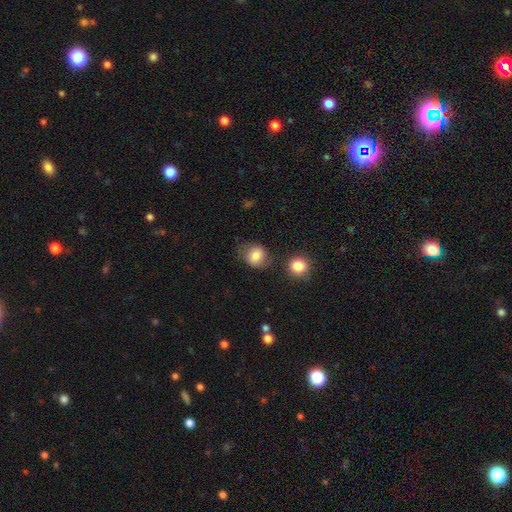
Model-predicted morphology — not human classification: Q: Smooth or featured?
A: smooth (79%); runner-up: featured or disk (12%)
Q: How rounded?
A: round (74%); runner-up: in between (25%)
Q: Merging?
A: none (66%); runner-up: minor disturbance (19%)